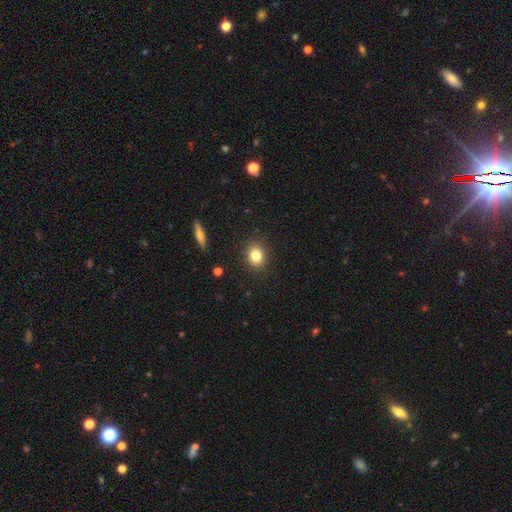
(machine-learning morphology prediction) smooth-or-featured: smooth: 81% | star or artifact: 11% | featured or disk: 8%
  how-rounded: round: 59% | in between: 40% | cigar-shaped: 1%
  merging: none: 89% | minor disturbance: 8% | major disturbance: 2% | merger: 1%